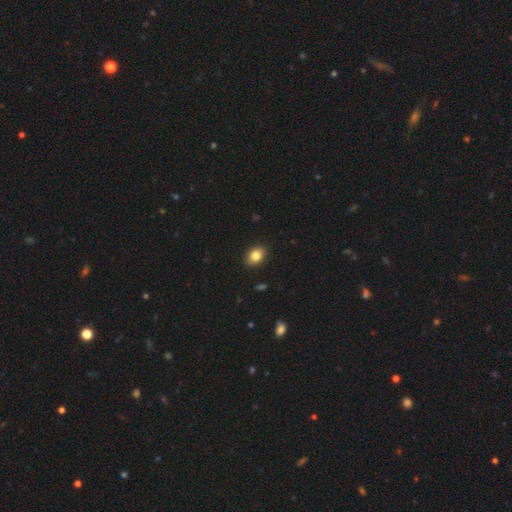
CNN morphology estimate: A smooth galaxy with no disk features (84%) that is in between round and cigar-shaped (75%). Merging: none (89%).